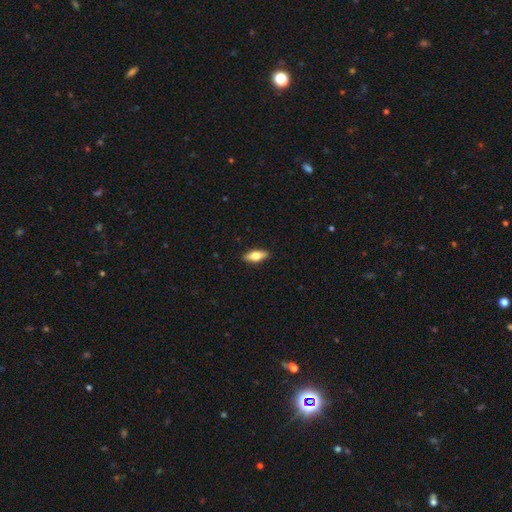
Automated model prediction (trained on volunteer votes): Overall: smooth (62%; featured or disk 32%). How rounded: in between (73%). Merging: none (90%).